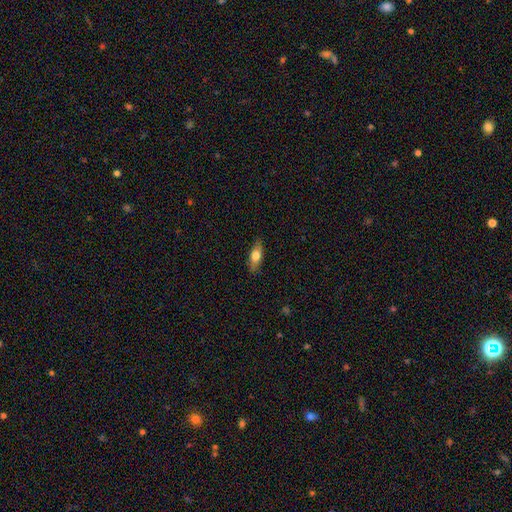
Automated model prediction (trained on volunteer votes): A smooth galaxy with no disk features (67%) that is in between round and cigar-shaped (69%).

Vote fractions:
- Smooth or featured? smooth: 67% / featured or disk: 27% / star or artifact: 7%
- How rounded? in between: 69% / cigar-shaped: 26% / round: 4%
- Merging? none: 85% / minor disturbance: 12% / major disturbance: 2% / merger: 1%